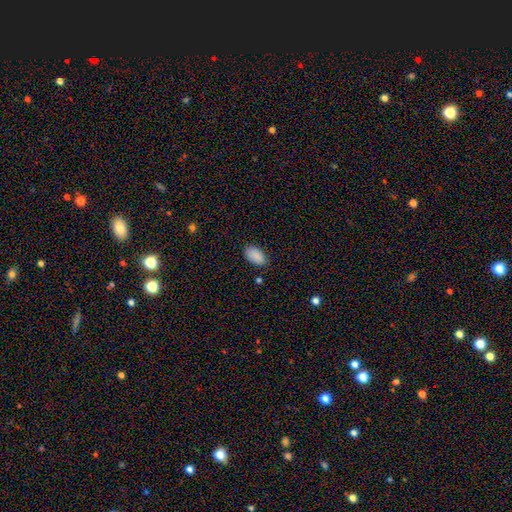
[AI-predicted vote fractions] This is clearly a smooth galaxy (89%). How rounded: clearly in between (94%). Merging: clearly none (84%).